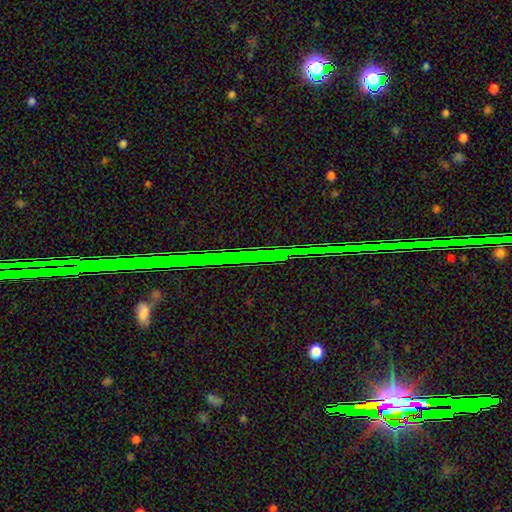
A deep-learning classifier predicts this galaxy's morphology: Smooth or featured?
  - star or artifact: 81% *
  - featured or disk: 12%
  - smooth: 8%